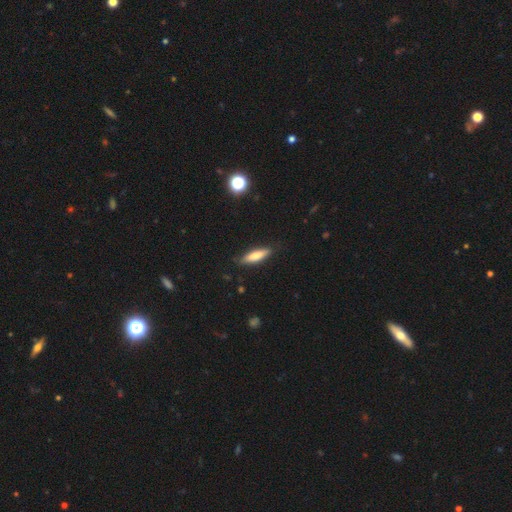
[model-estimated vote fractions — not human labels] The model was most divided on "how rounded": cigar-shaped: 67%, in between: 31%, round: 2%. More confident: merging — none (85%); smooth or featured — smooth (72%).